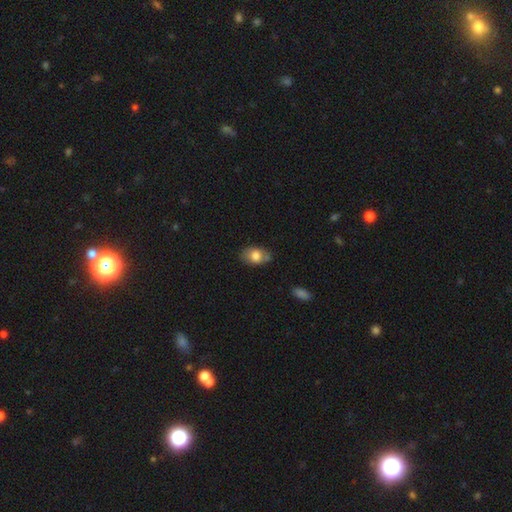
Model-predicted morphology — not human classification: type=smooth (78%); roundness=in between (82%); merging=none (68%).